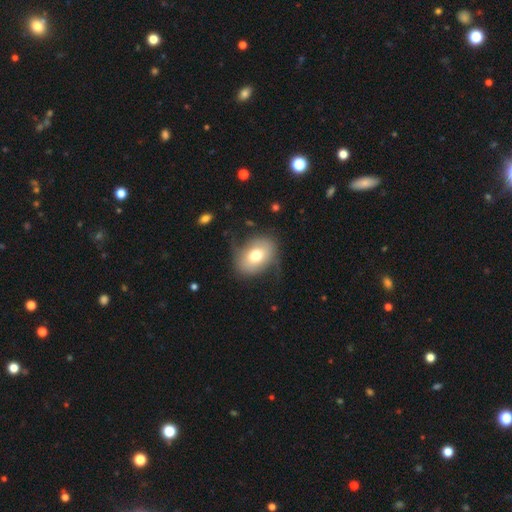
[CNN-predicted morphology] This is likely a smooth galaxy (63%). How rounded: likely in between (68%). Merging: likely none (64%).